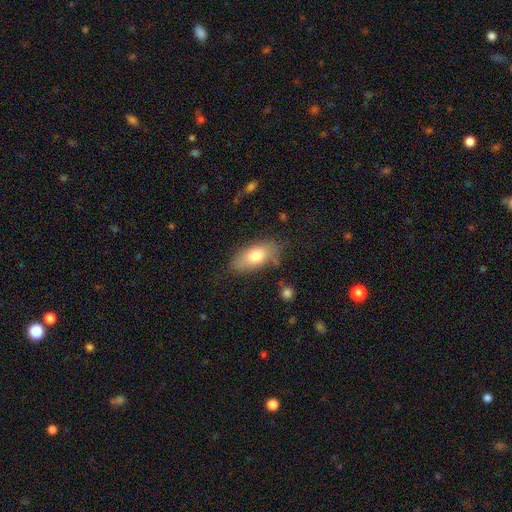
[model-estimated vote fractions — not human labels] Q: Smooth or featured?
A: smooth (76%); runner-up: featured or disk (17%)
Q: How rounded?
A: in between (88%); runner-up: cigar-shaped (8%)
Q: Merging?
A: none (75%); runner-up: minor disturbance (18%)